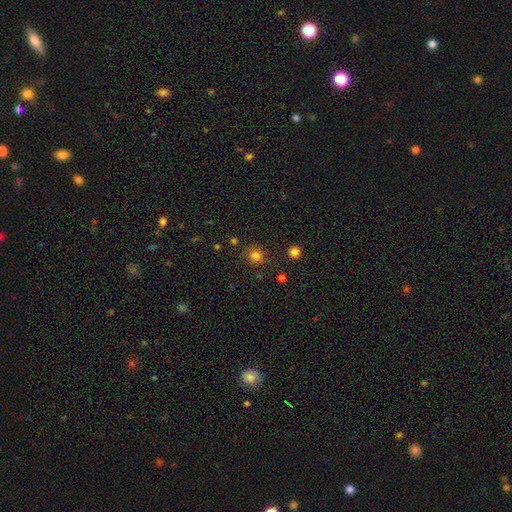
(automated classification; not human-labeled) Morphology: type=smooth (79%); roundness=round (85%); merging=none (83%).